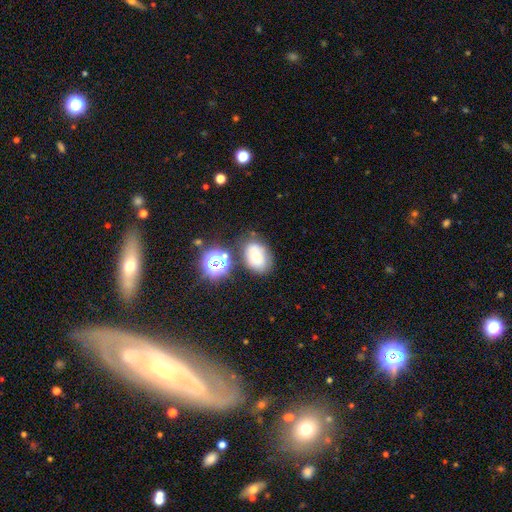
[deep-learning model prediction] The model was most divided on "smooth or featured": smooth: 63%, featured or disk: 20%, star or artifact: 17%. More confident: how rounded — in between (73%); merging — none (66%).